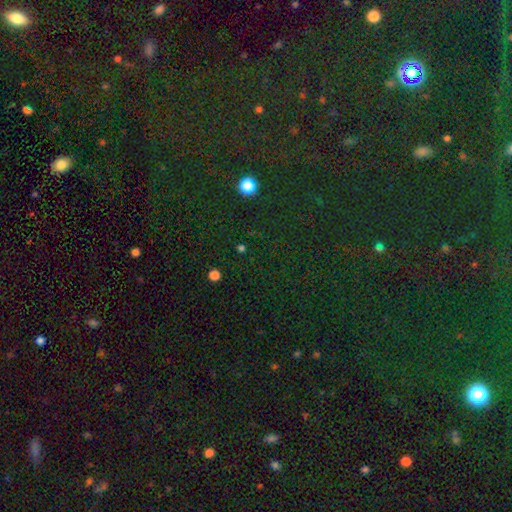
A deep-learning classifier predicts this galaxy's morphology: Smooth or featured: star or artifact — 79% (smooth — 14%)